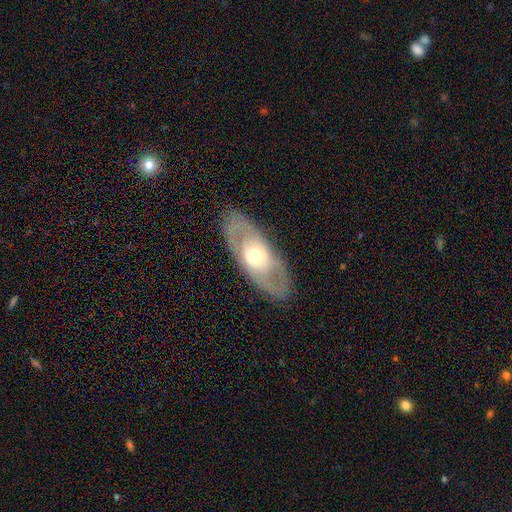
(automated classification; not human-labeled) Overall: featured or disk (64%; smooth 30%). Edge-on disk: no (82%). Bar: no (77%). Spiral arms: no (68%; yes 32%). Bulge size: moderate (64%). Merging: none (84%).